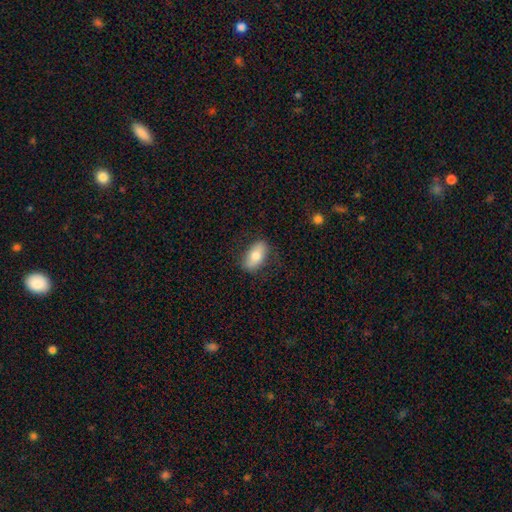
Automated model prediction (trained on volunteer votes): A smooth galaxy with no disk features (73%) that is in between round and cigar-shaped (90%).

Vote fractions:
- Smooth or featured? smooth: 73% / featured or disk: 20% / star or artifact: 6%
- How rounded? in between: 90% / cigar-shaped: 5% / round: 5%
- Merging? none: 80% / minor disturbance: 14% / major disturbance: 4% / merger: 1%